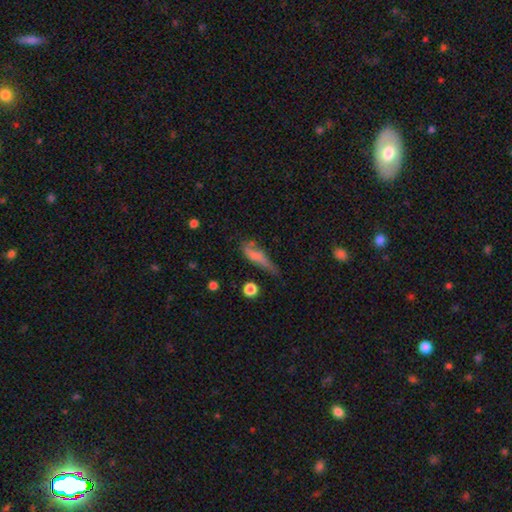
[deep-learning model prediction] smooth_or_featured: smooth (p=0.65) [alt: featured or disk p=0.25]
how_rounded: cigar-shaped (p=0.67) [alt: in between p=0.28]
merging: none (p=0.41) [alt: minor disturbance p=0.31]